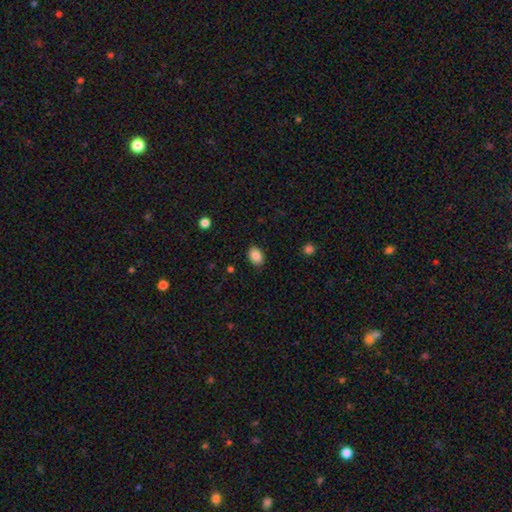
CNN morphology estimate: Overall: smooth (86%). How rounded: in between (79%). Merging: none (87%).